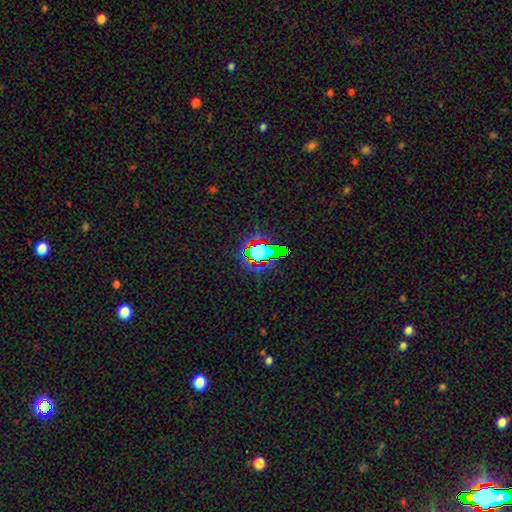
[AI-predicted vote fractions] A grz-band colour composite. It shows a star or artifact, not a galaxy (53%).